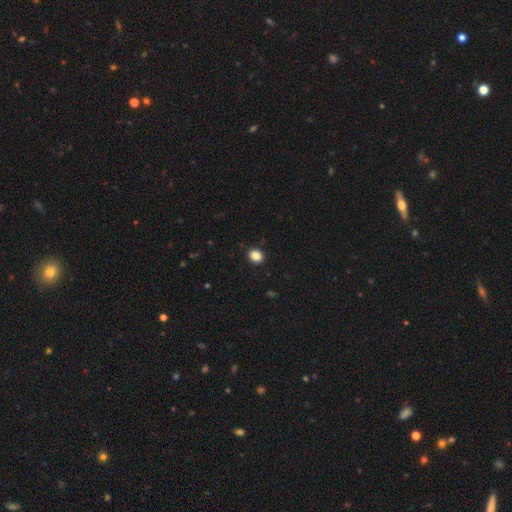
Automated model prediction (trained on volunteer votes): Smooth or featured: smooth — 87% (star or artifact — 10%)
How rounded: round — 61% (in between — 38%)
Merging: none — 92% (minor disturbance — 6%)